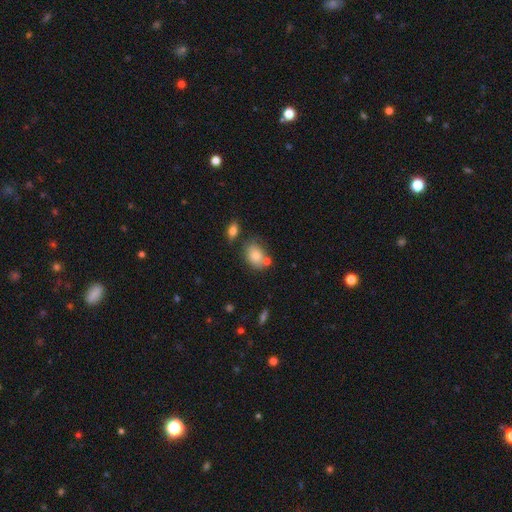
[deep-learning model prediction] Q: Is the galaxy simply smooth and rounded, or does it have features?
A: smooth — 80%.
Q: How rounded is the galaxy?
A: in between — 66%.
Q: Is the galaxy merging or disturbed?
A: none — 59%.